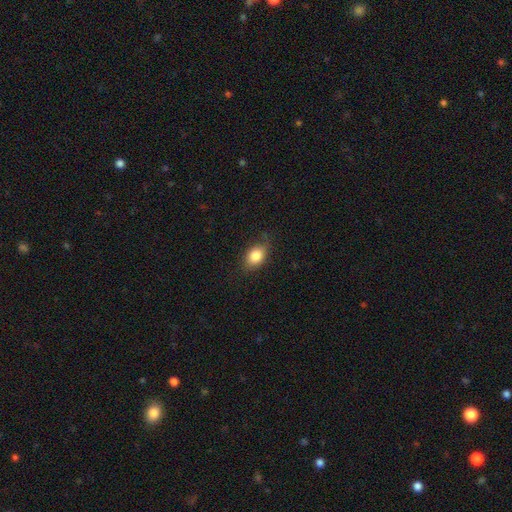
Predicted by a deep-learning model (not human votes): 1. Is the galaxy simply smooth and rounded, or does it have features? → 83% smooth, 9% featured or disk, 8% star or artifact.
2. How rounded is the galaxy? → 78% in between, 21% round, 2% cigar-shaped.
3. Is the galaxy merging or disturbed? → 75% none, 20% minor disturbance, 4% major disturbance, 1% merger.